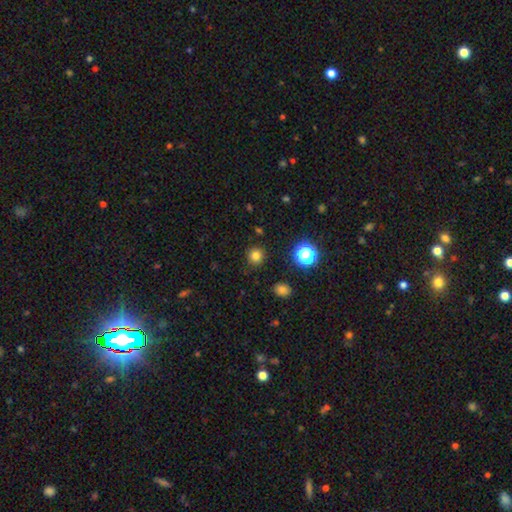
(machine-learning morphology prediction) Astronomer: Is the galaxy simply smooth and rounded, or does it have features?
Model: smooth — 80%.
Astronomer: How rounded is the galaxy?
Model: round — 93%.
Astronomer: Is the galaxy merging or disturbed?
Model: none — 90%.